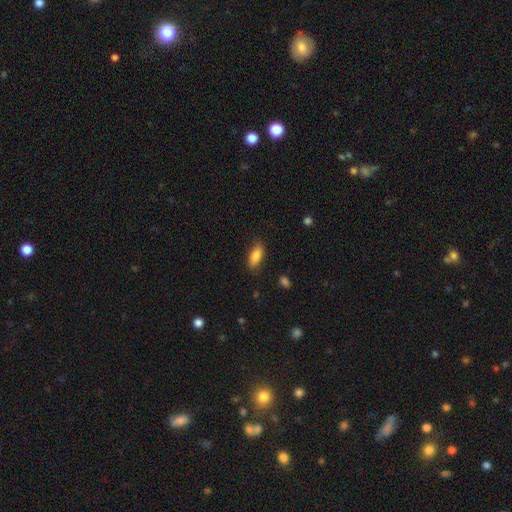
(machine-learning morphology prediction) A smooth galaxy with no disk features (84%) that is in between round and cigar-shaped (79%).

Vote fractions:
- Smooth or featured? smooth: 84% / featured or disk: 9% / star or artifact: 7%
- How rounded? in between: 79% / cigar-shaped: 18% / round: 3%
- Merging? none: 83% / minor disturbance: 13% / major disturbance: 3% / merger: 1%